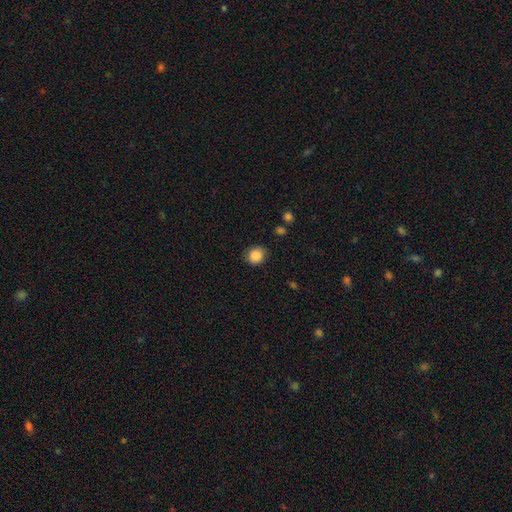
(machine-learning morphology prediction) This is clearly a smooth galaxy (87%). How rounded: likely round (79%). Merging: clearly none (85%).